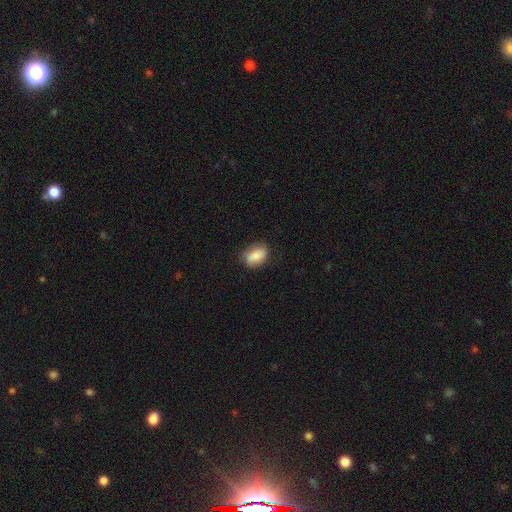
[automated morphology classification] Smooth or featured?
  - smooth: 83% *
  - featured or disk: 10%
  - star or artifact: 7%
How rounded?
  - in between: 84% *
  - round: 14%
  - cigar-shaped: 2%
Merging?
  - none: 74% *
  - minor disturbance: 20%
  - major disturbance: 5%
  - merger: 1%